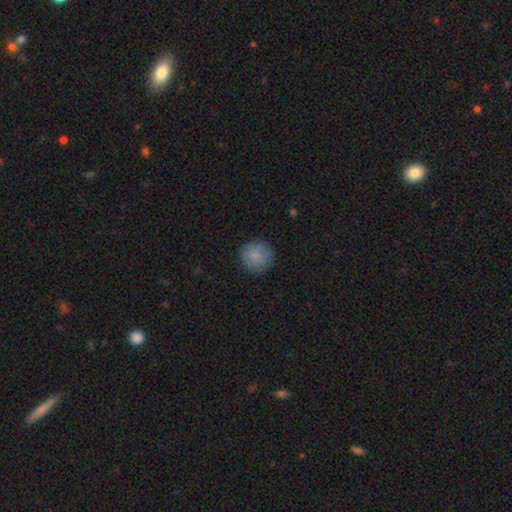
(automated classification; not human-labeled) A smooth galaxy with no disk features (82%) that is round (93%). Merging: none (86%).